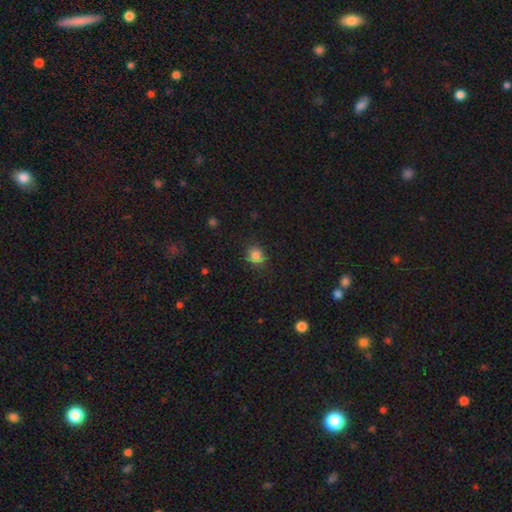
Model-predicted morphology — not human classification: Overall: smooth (84%). How rounded: round (73%). Merging: none (80%).